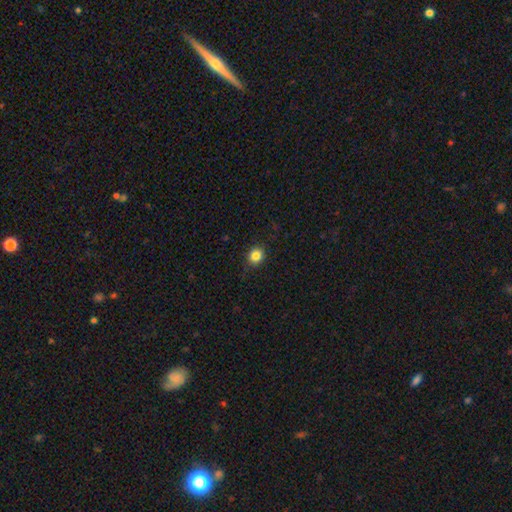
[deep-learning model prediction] The model was most divided on "how rounded": round: 76%, in between: 23%, cigar-shaped: 1%. More confident: merging — none (86%); smooth or featured — smooth (84%).